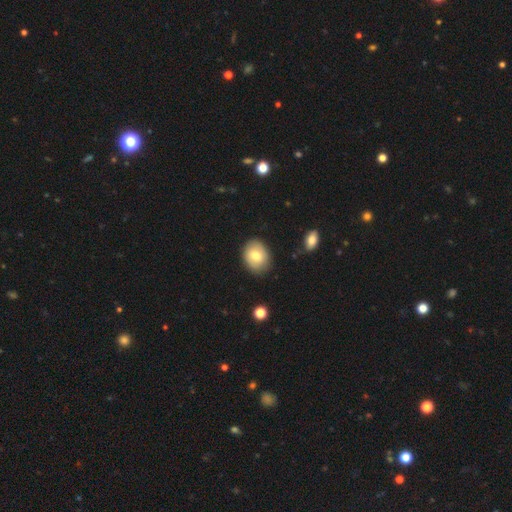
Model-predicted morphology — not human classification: A smooth galaxy with no disk features (73%) that is in between round and cigar-shaped (53%). Merging: none (84%).